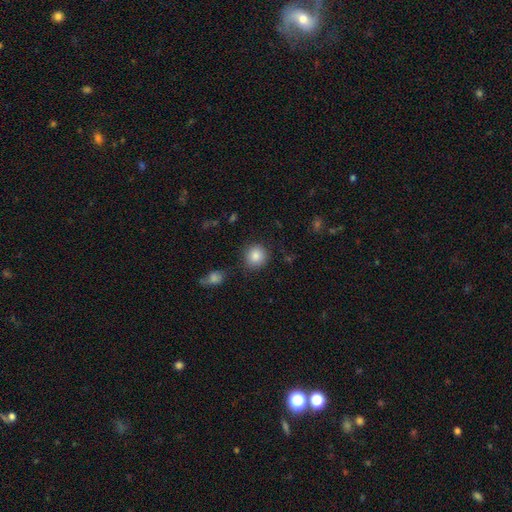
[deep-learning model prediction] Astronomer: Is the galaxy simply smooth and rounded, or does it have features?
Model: smooth — 86%.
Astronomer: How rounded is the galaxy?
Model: round — 90%.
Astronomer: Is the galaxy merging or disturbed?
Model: none — 84%.